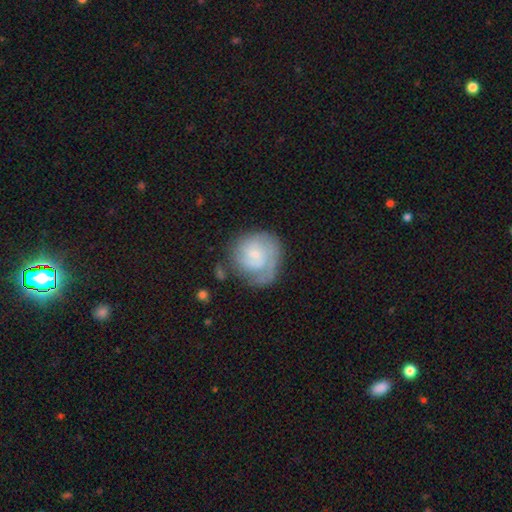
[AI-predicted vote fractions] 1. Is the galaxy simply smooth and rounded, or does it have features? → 58% featured or disk, 36% smooth, 6% star or artifact.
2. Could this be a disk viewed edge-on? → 98% no, 2% yes.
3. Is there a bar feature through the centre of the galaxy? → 62% no, 33% weak, 4% strong.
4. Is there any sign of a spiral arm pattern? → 85% yes, 15% no.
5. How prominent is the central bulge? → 62% small, 24% moderate, 10% none, 3% large, 1% dominant.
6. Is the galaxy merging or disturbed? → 54% none, 24% minor disturbance, 17% major disturbance, 5% merger.